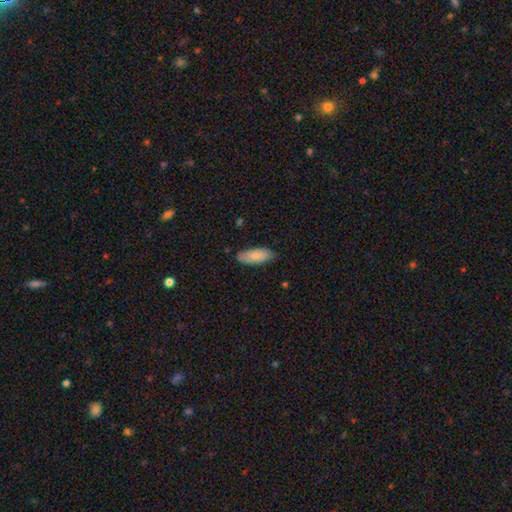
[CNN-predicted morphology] A smooth galaxy with no disk features (84%) that is in between round and cigar-shaped (79%).

Vote fractions:
- Smooth or featured? smooth: 84% / featured or disk: 10% / star or artifact: 6%
- How rounded? in between: 79% / cigar-shaped: 19% / round: 2%
- Merging? none: 80% / minor disturbance: 16% / major disturbance: 2% / merger: 1%